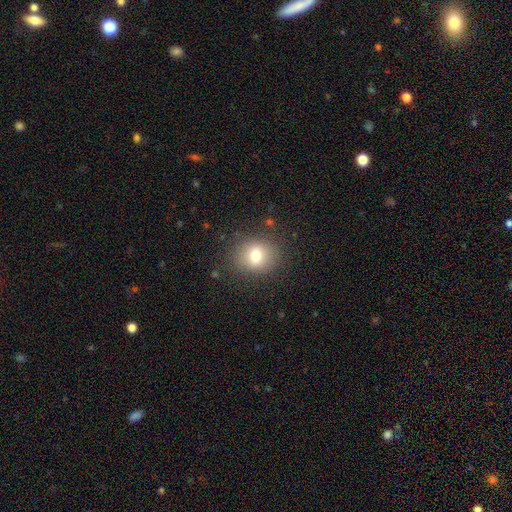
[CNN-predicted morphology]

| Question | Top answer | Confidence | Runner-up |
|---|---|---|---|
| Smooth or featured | smooth | 74% | featured or disk (15%) |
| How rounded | round | 70% | in between (29%) |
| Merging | none | 84% | minor disturbance (10%) |